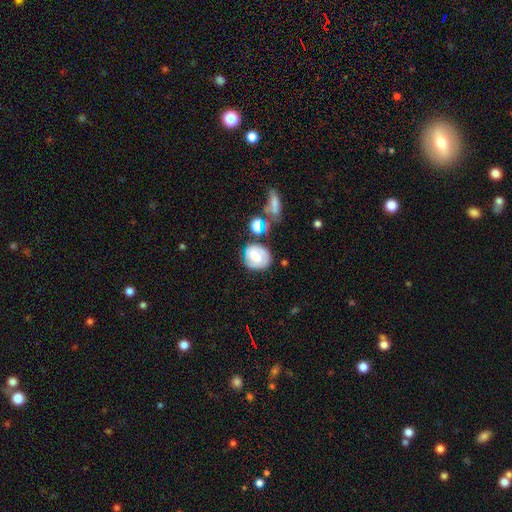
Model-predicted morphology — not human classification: Overall: featured or disk (49%; smooth 42%). Merging: none (57%; minor disturbance 21%).